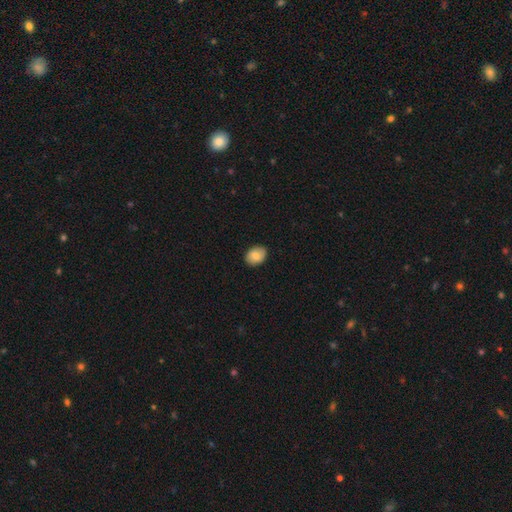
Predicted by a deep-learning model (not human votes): Smooth or featured: smooth — 79% (featured or disk — 14%)
How rounded: in between — 64% (round — 35%)
Merging: none — 86% (minor disturbance — 11%)